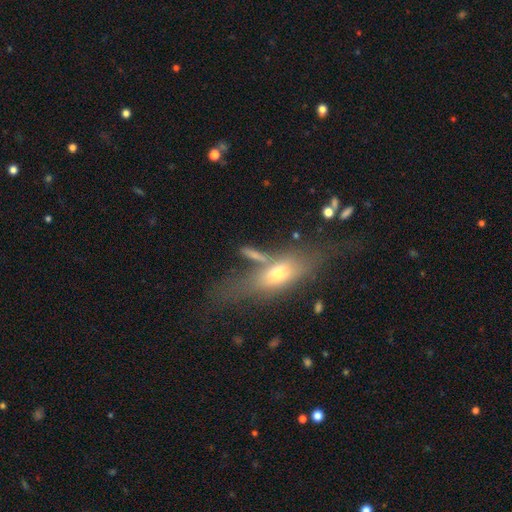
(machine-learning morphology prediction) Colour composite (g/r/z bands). It shows a smooth galaxy with no disk features (50%). Merging: none (46%).